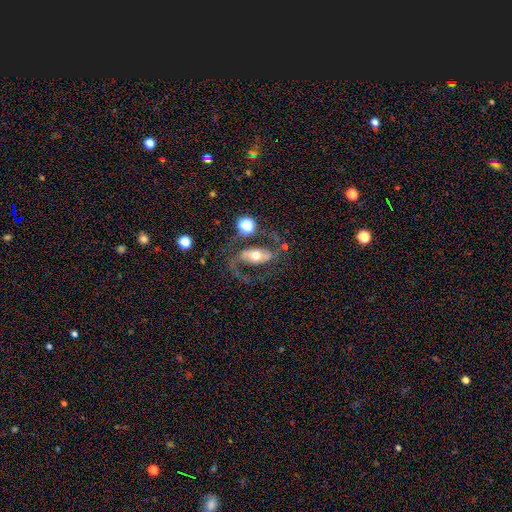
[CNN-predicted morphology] smooth_or_featured: featured or disk (p=0.75) [alt: smooth p=0.17]
disk_edge_on: no (p=0.94) [alt: yes p=0.06]
bar: no (p=0.39) [alt: strong p=0.31]
has_spiral_arms: yes (p=0.84) [alt: no p=0.16]
spiral_winding: loose (p=0.49) [alt: medium p=0.41]
spiral_arm_count: 2 (p=0.83) [alt: 1 p=0.10]
bulge_size: moderate (p=0.69) [alt: small p=0.14]
merging: none (p=0.55) [alt: major disturbance p=0.22]